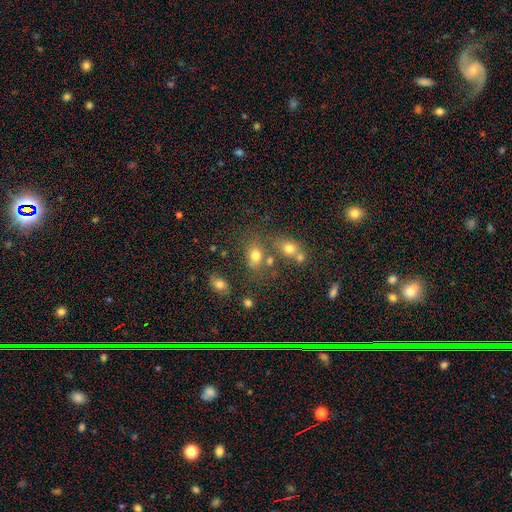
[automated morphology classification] This appears to be a smooth galaxy with no disk features (72%) that is in between round and cigar-shaped (61%). Merging: none (54%).